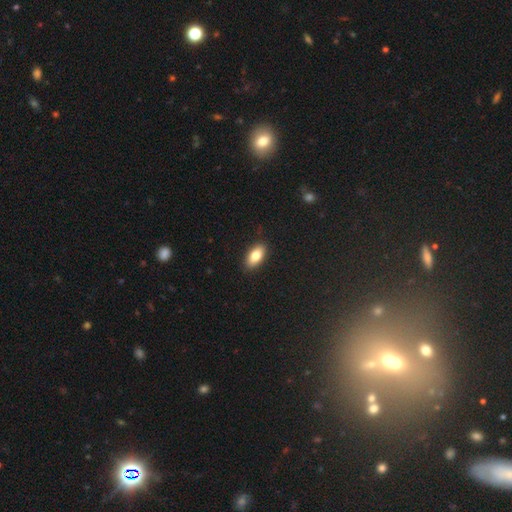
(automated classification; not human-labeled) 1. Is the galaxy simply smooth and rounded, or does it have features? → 80% smooth, 13% featured or disk, 7% star or artifact.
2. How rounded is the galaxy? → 90% in between, 6% cigar-shaped, 4% round.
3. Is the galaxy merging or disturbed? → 89% none, 8% minor disturbance, 2% major disturbance, 1% merger.